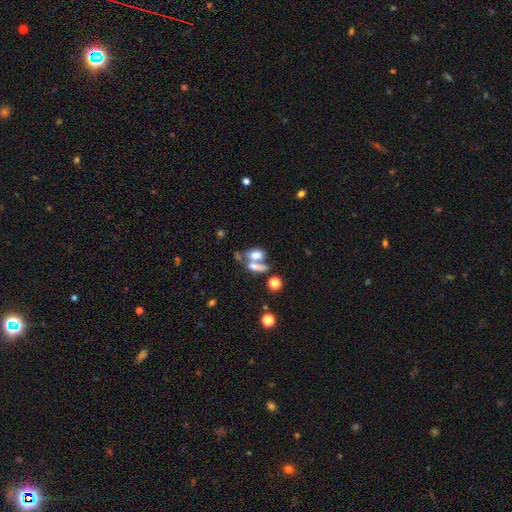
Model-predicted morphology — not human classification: smooth-or-featured: smooth: 68% | featured or disk: 20% | star or artifact: 11%
  how-rounded: in between: 74% | round: 18% | cigar-shaped: 8%
  merging: merger: 54% | none: 30% | minor disturbance: 9% | major disturbance: 8%